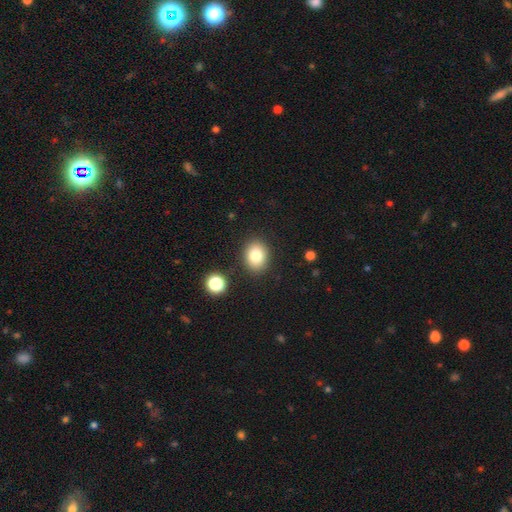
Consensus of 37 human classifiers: Overall: smooth (89%). How rounded: round (64%; in between 36%). Merging: none (77%).